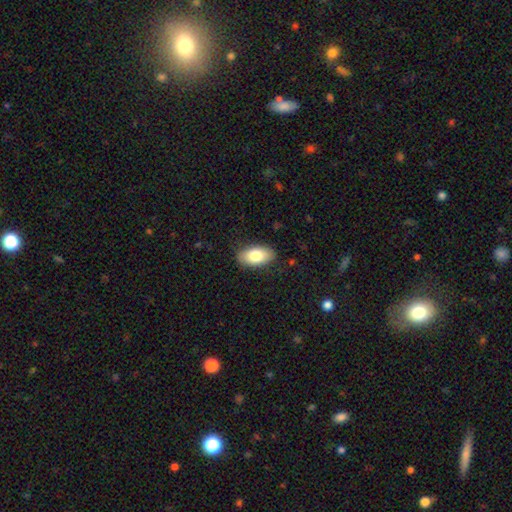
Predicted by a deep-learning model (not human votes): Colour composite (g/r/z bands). It shows a smooth galaxy with no disk features (80%) that is in between round and cigar-shaped (93%). Merging: none (85%).